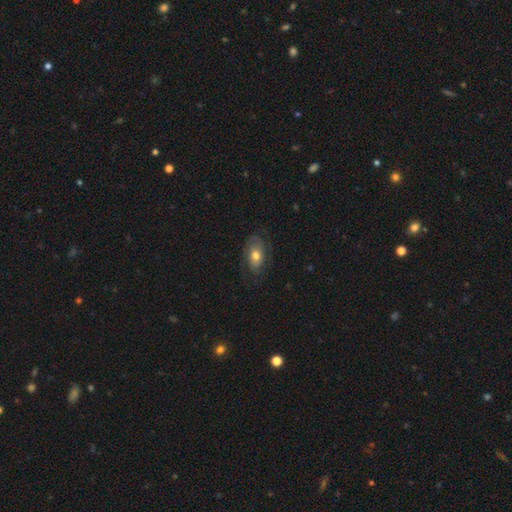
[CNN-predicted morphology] Smooth or featured?
  - smooth: 57% *
  - featured or disk: 36%
  - star or artifact: 7%
How rounded?
  - in between: 87% *
  - round: 10%
  - cigar-shaped: 3%
Merging?
  - none: 70% *
  - minor disturbance: 20%
  - major disturbance: 9%
  - merger: 1%